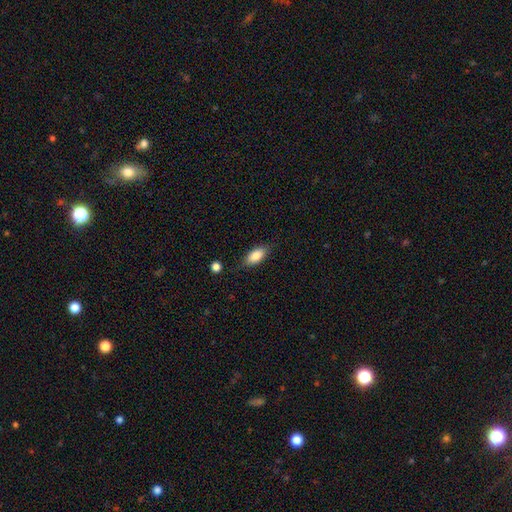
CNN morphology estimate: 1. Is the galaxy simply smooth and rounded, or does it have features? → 85% smooth, 9% featured or disk, 7% star or artifact.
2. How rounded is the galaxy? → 86% in between, 11% cigar-shaped, 3% round.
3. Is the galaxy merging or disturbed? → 80% none, 15% minor disturbance, 4% major disturbance, 2% merger.